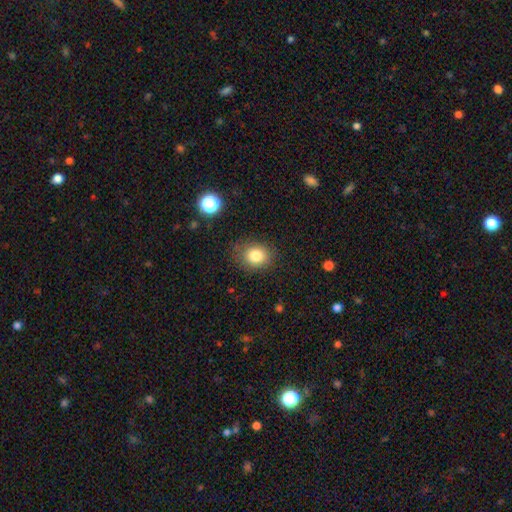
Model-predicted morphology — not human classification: Smooth or featured?
  - smooth: 82% *
  - star or artifact: 11%
  - featured or disk: 7%
How rounded?
  - round: 60% *
  - in between: 40%
  - cigar-shaped: 1%
Merging?
  - none: 82% *
  - minor disturbance: 13%
  - major disturbance: 4%
  - merger: 1%